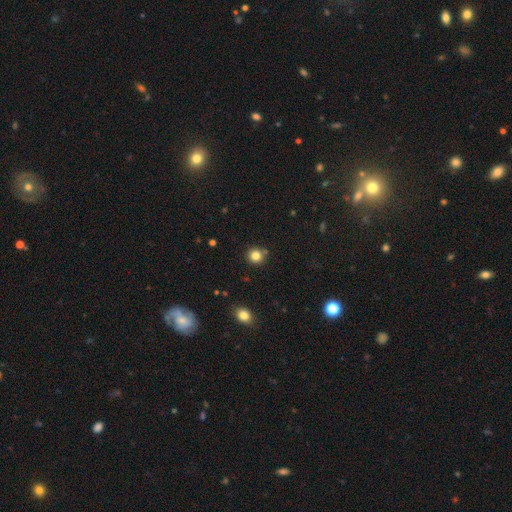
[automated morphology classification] smooth_or_featured: smooth (p=0.83) [alt: star or artifact p=0.13]
how_rounded: round (p=0.92) [alt: in between p=0.07]
merging: none (p=0.84) [alt: minor disturbance p=0.09]